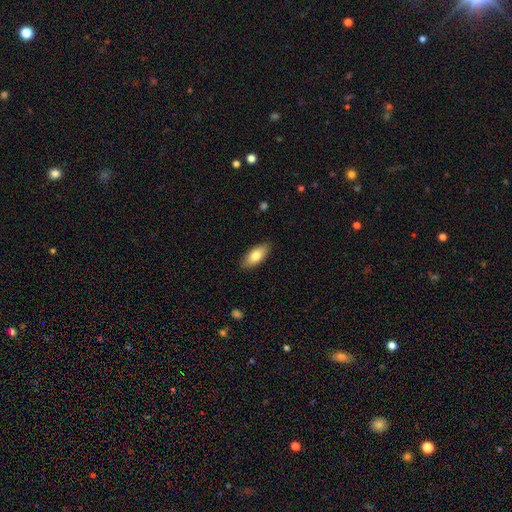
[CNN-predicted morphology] Q: Smooth or featured?
A: smooth (77%); runner-up: featured or disk (17%)
Q: How rounded?
A: in between (87%); runner-up: cigar-shaped (10%)
Q: Merging?
A: none (87%); runner-up: minor disturbance (10%)